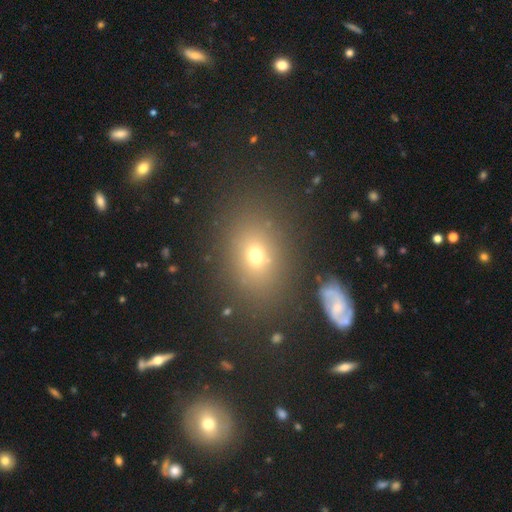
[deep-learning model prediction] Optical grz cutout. It shows a smooth galaxy with no disk features (68%) that is in between round and cigar-shaped (65%). Merging: none (80%).